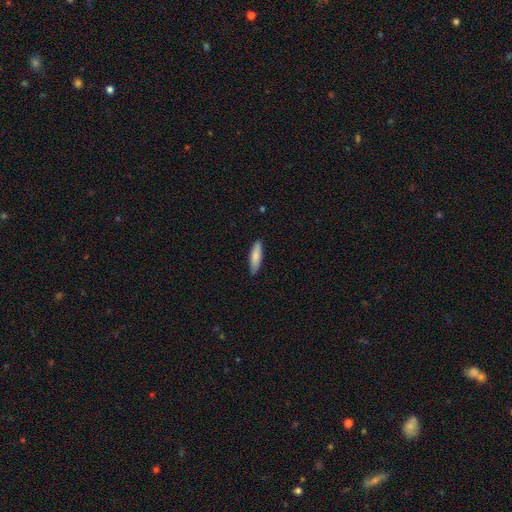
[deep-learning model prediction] This is clearly a smooth galaxy (82%). How rounded: likely cigar-shaped (69%). Merging: clearly none (87%).